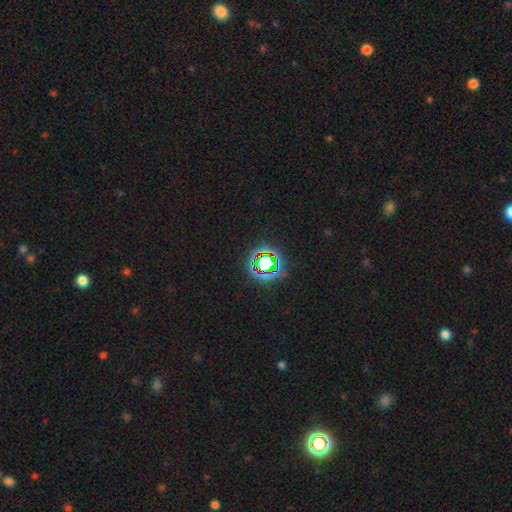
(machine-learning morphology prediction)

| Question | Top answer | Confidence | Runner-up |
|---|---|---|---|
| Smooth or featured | star or artifact | 72% | smooth (18%) |